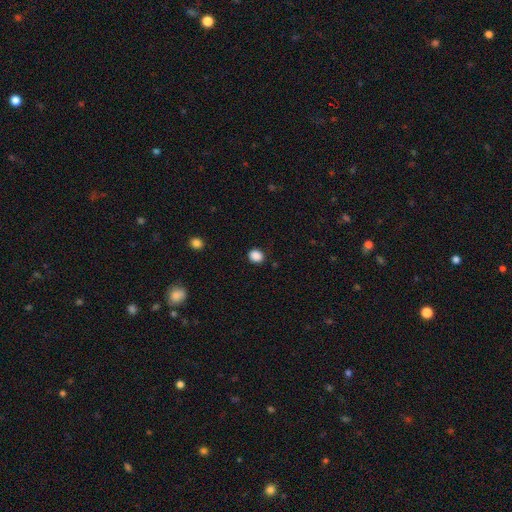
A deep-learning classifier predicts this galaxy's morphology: Smooth or featured: smooth — 88% (star or artifact — 10%)
How rounded: round — 65% (in between — 35%)
Merging: none — 87% (minor disturbance — 9%)